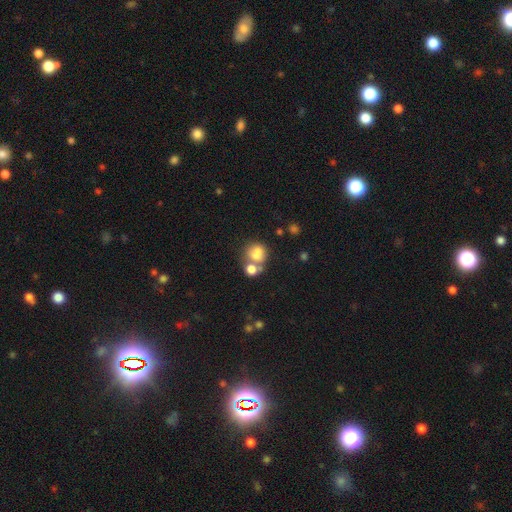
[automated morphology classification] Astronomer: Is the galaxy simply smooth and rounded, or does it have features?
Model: smooth — 72%.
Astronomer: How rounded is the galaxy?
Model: round — 68%.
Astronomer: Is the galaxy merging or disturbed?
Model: merger — 48% (runner-up: none, 34%).